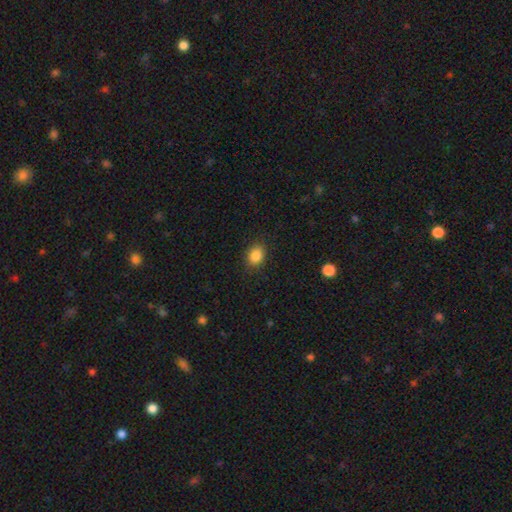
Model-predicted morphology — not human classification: This is clearly a smooth galaxy (86%). How rounded: possibly in between (59%). Merging: clearly none (87%).